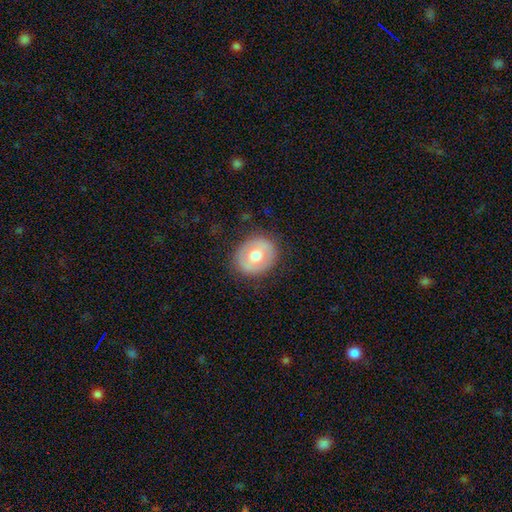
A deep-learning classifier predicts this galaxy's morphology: smooth_or_featured: smooth (p=0.57) [alt: featured or disk p=0.37]
how_rounded: round (p=0.68) [alt: in between p=0.31]
merging: none (p=0.84) [alt: minor disturbance p=0.11]